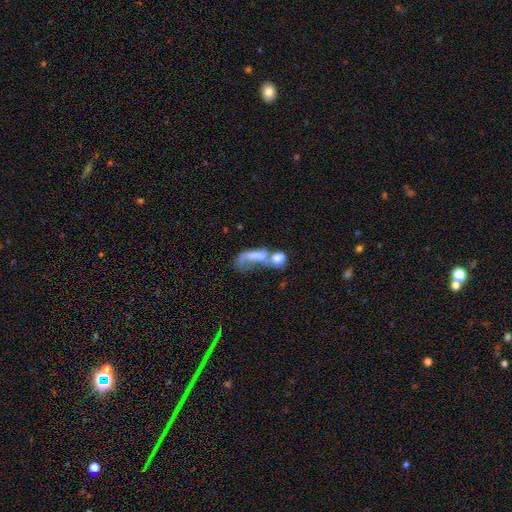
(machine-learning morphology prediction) The model was most divided on "smooth or featured": smooth: 53%, featured or disk: 35%, star or artifact: 12%. More confident: how rounded — in between (63%); merging — merger (58%).